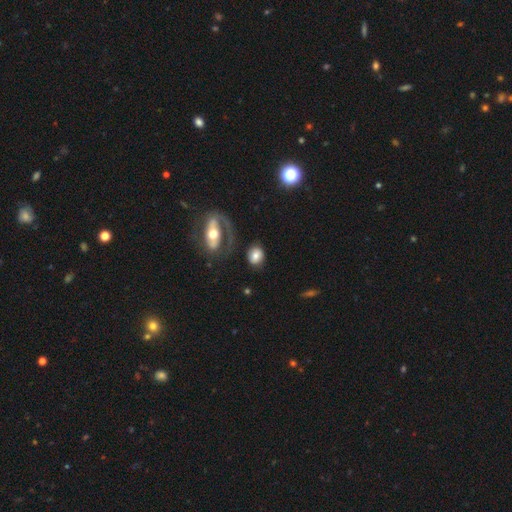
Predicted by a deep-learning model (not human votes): Smooth or featured: smooth — 66% (featured or disk — 25%)
How rounded: in between — 51% (round — 47%)
Merging: none — 71% (minor disturbance — 14%)